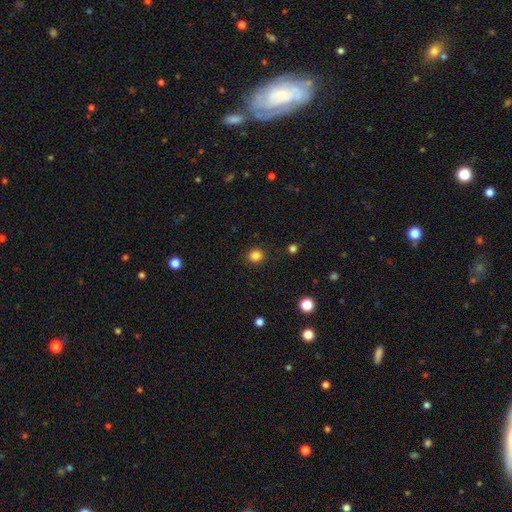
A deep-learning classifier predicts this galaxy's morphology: A smooth galaxy with no disk features (84%) that is round (90%). Merging: none (90%).